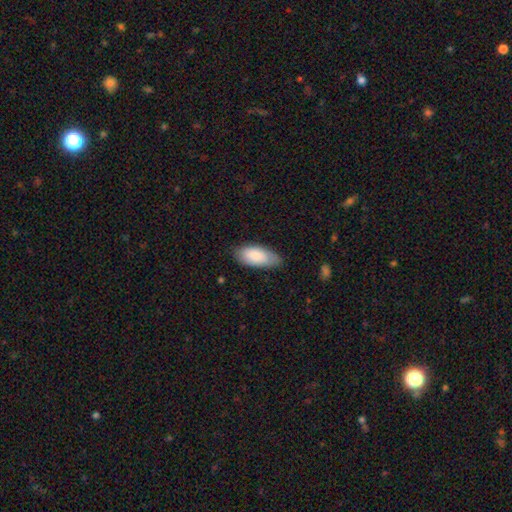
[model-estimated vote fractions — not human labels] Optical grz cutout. It shows a smooth galaxy with no disk features (86%) that is in between round and cigar-shaped (88%). Merging: none (77%).